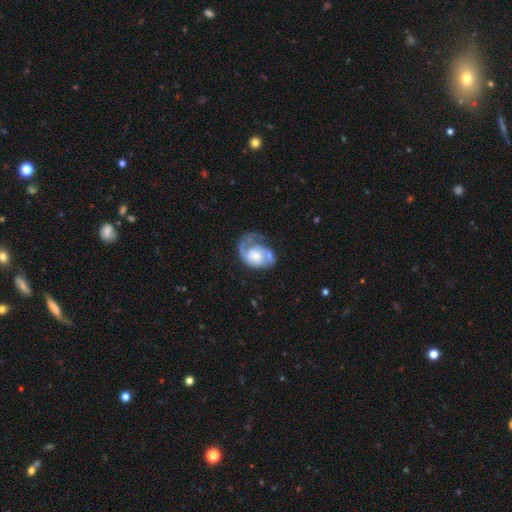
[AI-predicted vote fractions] Smooth or featured: featured or disk — 71% (smooth — 23%)
Edge-on disk: no — 98% (yes — 2%)
Bar: no — 73% (weak — 23%)
Spiral arms: yes — 84% (no — 16%)
Spiral winding: medium — 39% (tight — 35%)
Spiral arm count: 1 — 53% (2 — 32%)
Bulge size: moderate — 37% (small — 30%)
Merging: major disturbance — 36% (none — 32%)